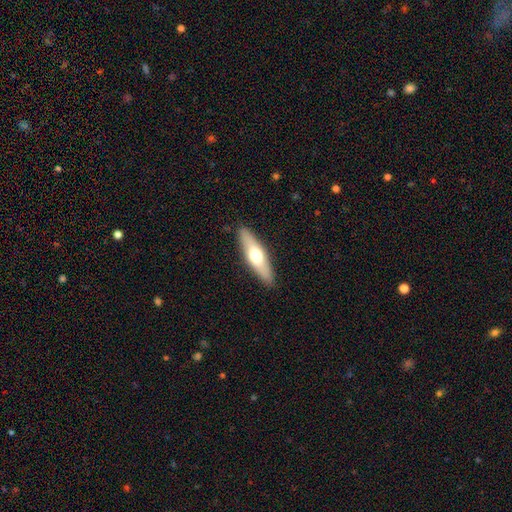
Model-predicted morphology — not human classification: type=smooth (54%); roundness=cigar-shaped (64%); merging=none (89%).